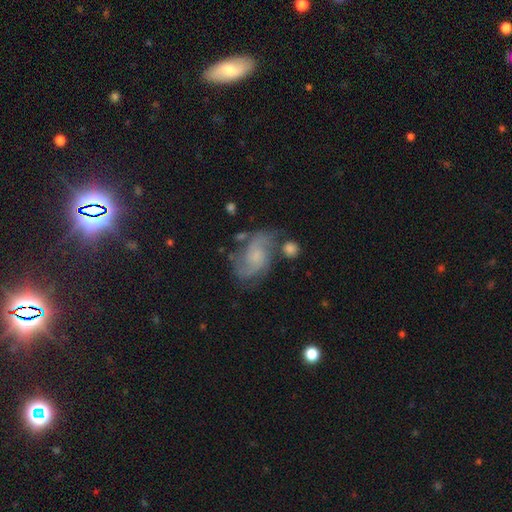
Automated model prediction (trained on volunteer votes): Overall: featured or disk (77%). Edge-on disk: no (97%). Bar: no (62%; weak 32%). Spiral arms: yes (93%). Spiral arm count: 2 (77%). Spiral winding: medium (50%; loose 29%). Bulge size: small (58%; moderate 21%). Merging: none (56%; minor disturbance 20%).